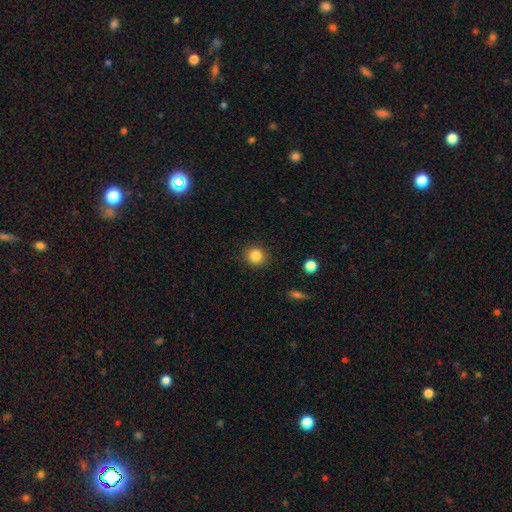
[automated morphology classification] This appears to be a smooth galaxy with no disk features (85%) that is round (90%). Merging: none (89%).